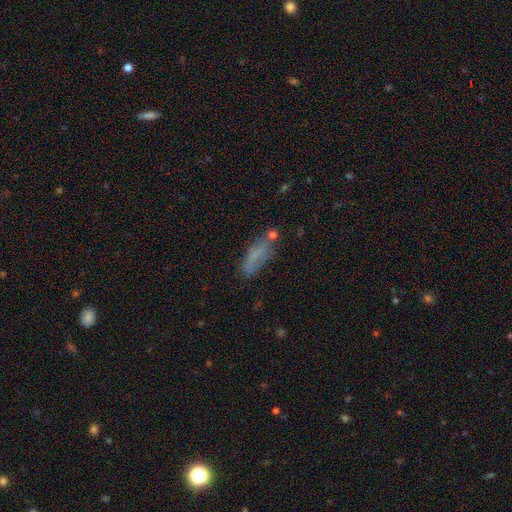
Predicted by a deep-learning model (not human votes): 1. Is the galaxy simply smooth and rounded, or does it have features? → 62% smooth, 25% featured or disk, 12% star or artifact.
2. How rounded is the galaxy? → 51% in between, 46% cigar-shaped, 3% round.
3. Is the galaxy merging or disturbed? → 56% none, 23% minor disturbance, 11% major disturbance, 9% merger.